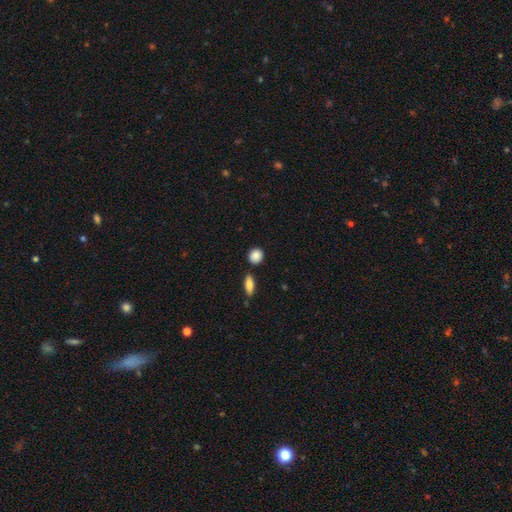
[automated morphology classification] Smooth or featured? smooth (88%)
How rounded? round (78%)
Merging? none (84%)